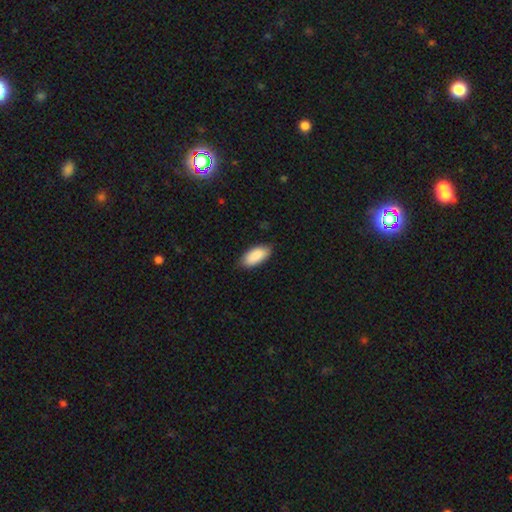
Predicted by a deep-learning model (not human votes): smooth-or-featured: smooth: 90% | star or artifact: 6% | featured or disk: 5%
  how-rounded: in between: 91% | cigar-shaped: 7% | round: 2%
  merging: none: 82% | minor disturbance: 15% | major disturbance: 2% | merger: 1%